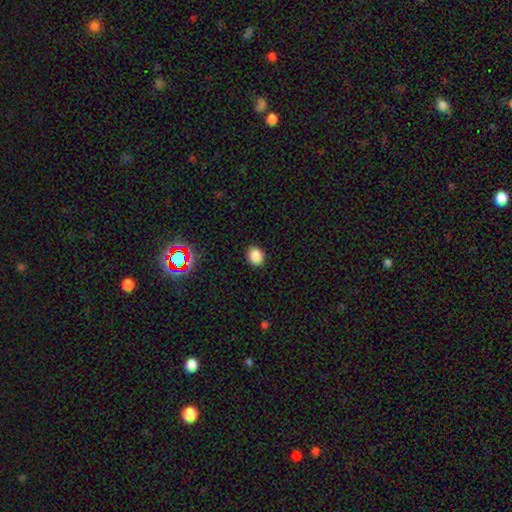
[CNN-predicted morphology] The model was most divided on "how rounded": round: 55%, in between: 44%, cigar-shaped: 1%. More confident: merging — none (89%); smooth or featured — smooth (85%).